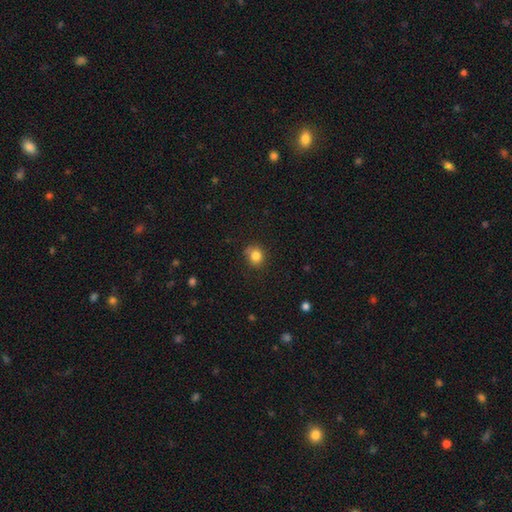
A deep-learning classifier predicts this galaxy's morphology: smooth_or_featured: smooth (p=0.83) [alt: star or artifact p=0.11]
how_rounded: round (p=0.75) [alt: in between p=0.24]
merging: none (p=0.72) [alt: minor disturbance p=0.20]